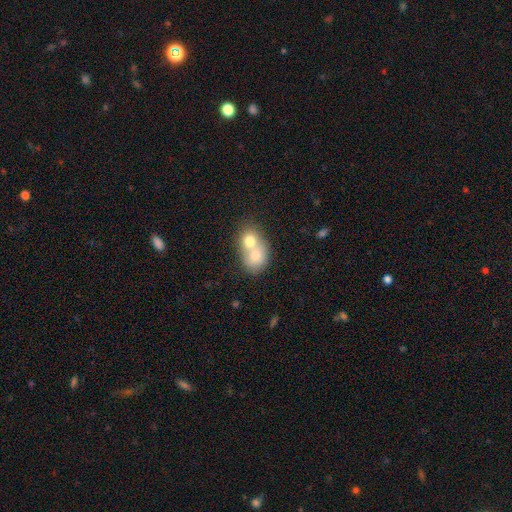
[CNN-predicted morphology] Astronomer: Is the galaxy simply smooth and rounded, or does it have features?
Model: smooth — 72%.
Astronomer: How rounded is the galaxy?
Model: in between — 51% (runner-up: round, 48%).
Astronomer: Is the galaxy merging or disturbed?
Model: merger — 74%.